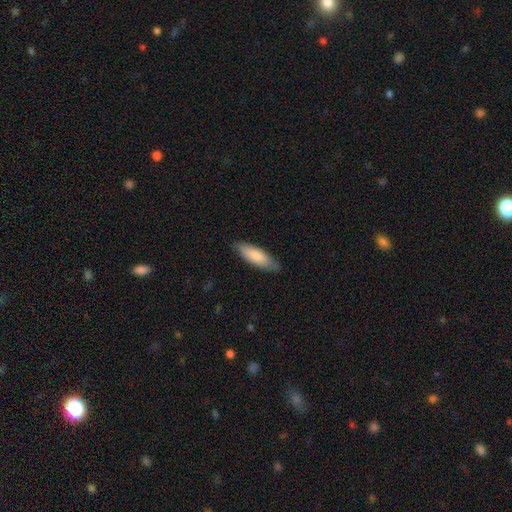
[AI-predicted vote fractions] This appears to be a smooth galaxy with no disk features (80%) that is in between round and cigar-shaped (50%). Merging: none (82%).